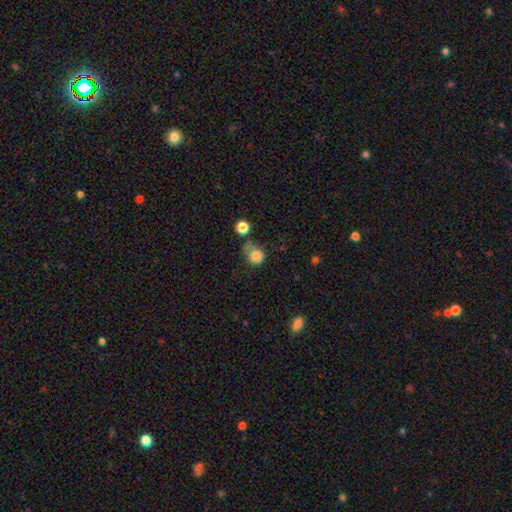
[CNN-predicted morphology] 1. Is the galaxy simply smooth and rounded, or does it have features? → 82% smooth, 11% star or artifact, 8% featured or disk.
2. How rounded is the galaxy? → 78% round, 21% in between, 1% cigar-shaped.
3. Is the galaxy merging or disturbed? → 41% none, 27% minor disturbance, 16% major disturbance, 16% merger.